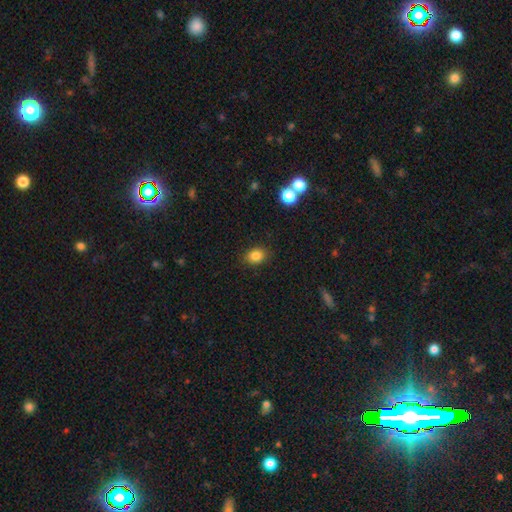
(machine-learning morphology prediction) A smooth galaxy with no disk features (84%) that is in between round and cigar-shaped (52%). Merging: none (87%).